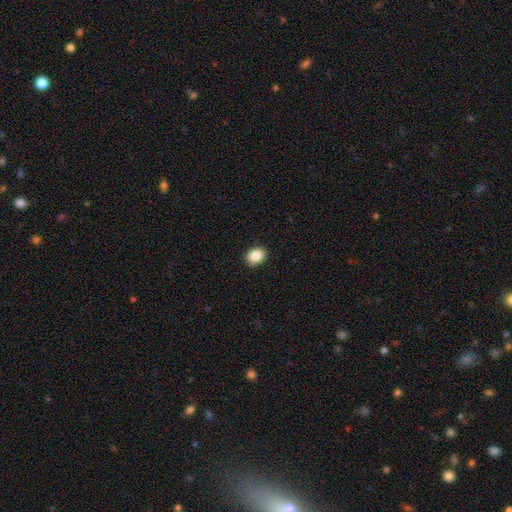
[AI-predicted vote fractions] Smooth or featured?
  - smooth: 88% *
  - star or artifact: 8%
  - featured or disk: 4%
How rounded?
  - in between: 54% *
  - round: 45%
  - cigar-shaped: 1%
Merging?
  - none: 90% *
  - minor disturbance: 7%
  - major disturbance: 2%
  - merger: 1%